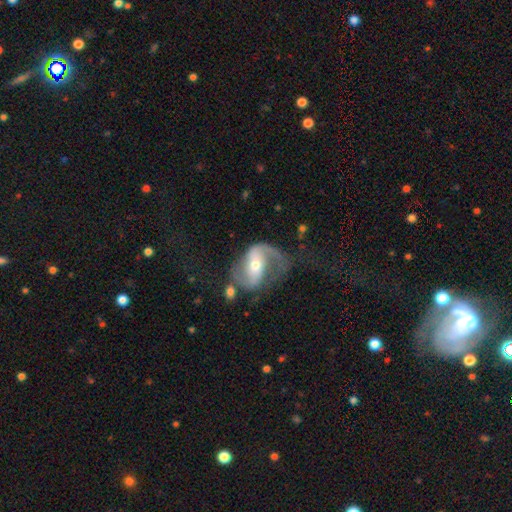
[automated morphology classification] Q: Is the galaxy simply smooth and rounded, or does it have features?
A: featured or disk — 75%.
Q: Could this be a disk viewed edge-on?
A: no — 94%.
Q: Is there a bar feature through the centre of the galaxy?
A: weak — 42%.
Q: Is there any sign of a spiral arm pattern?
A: yes — 81%.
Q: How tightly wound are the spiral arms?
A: loose — 45%.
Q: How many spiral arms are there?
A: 2 — 75%.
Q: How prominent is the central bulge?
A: moderate — 53%.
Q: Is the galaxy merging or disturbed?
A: none — 41%.